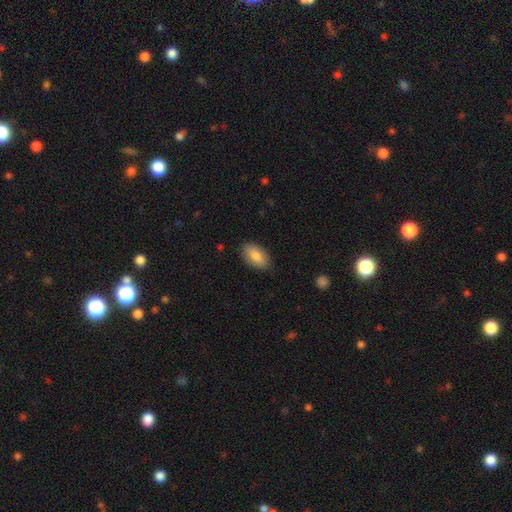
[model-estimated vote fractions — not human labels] Q: Smooth or featured?
A: smooth (83%); runner-up: featured or disk (11%)
Q: How rounded?
A: in between (93%); runner-up: round (4%)
Q: Merging?
A: none (84%); runner-up: minor disturbance (12%)